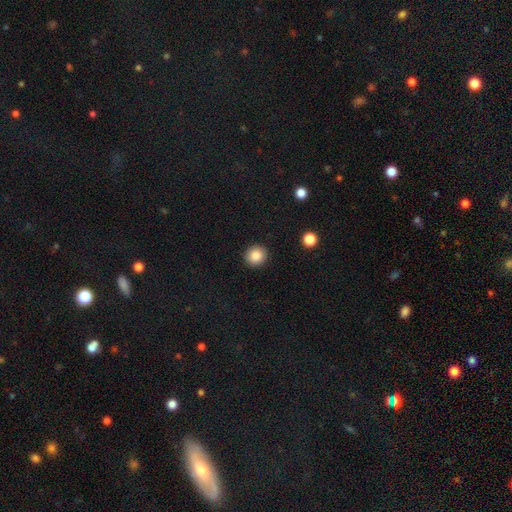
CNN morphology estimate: Overall: smooth (87%). How rounded: round (89%). Merging: none (92%).